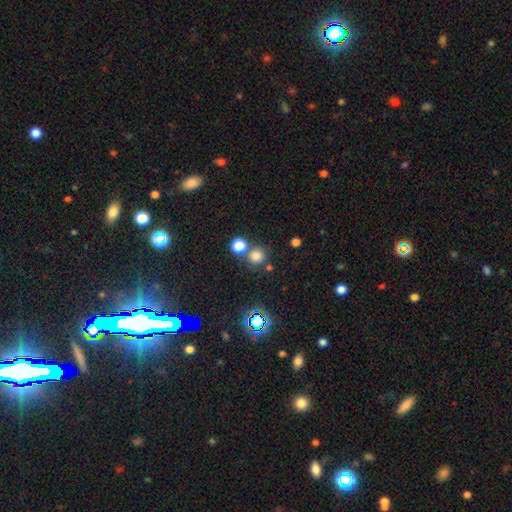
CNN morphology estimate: Overall: smooth (76%). How rounded: round (91%). Merging: none (69%).